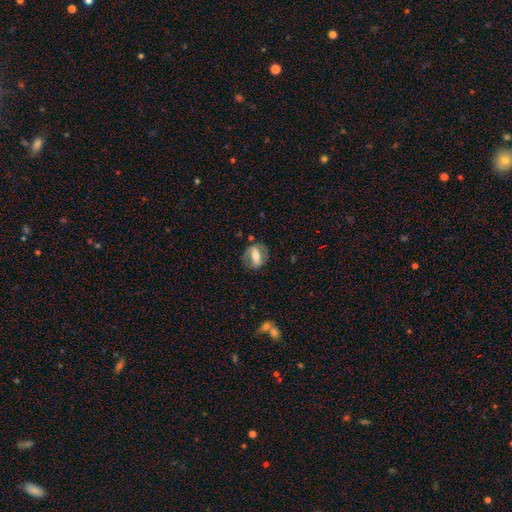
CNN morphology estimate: Overall: featured or disk (56%; smooth 37%). Edge-on disk: no (87%). Merging: none (69%).